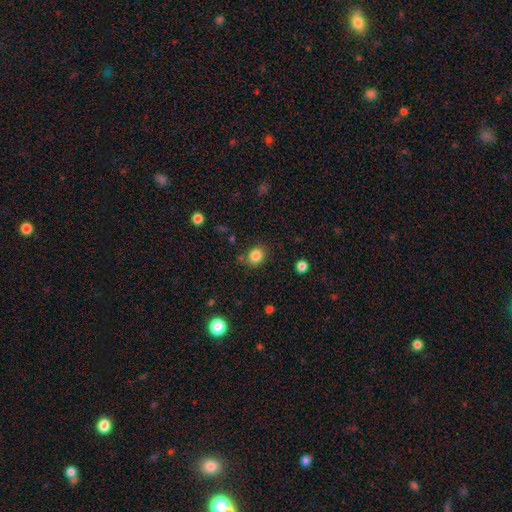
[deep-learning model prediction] Morphology: type=smooth (85%); roundness=round (66%); merging=none (80%).